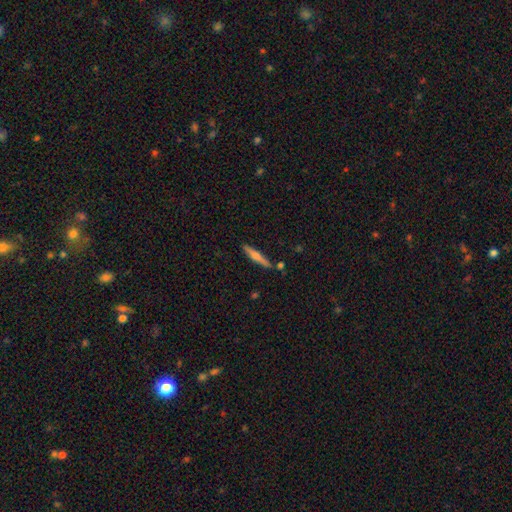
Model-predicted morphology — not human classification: Smooth or featured: featured or disk — 54% (smooth — 40%)
Edge-on disk: yes — 96% (no — 4%)
Edge-on bulge: rounded — 85% (none — 10%)
Merging: none — 85% (minor disturbance — 9%)